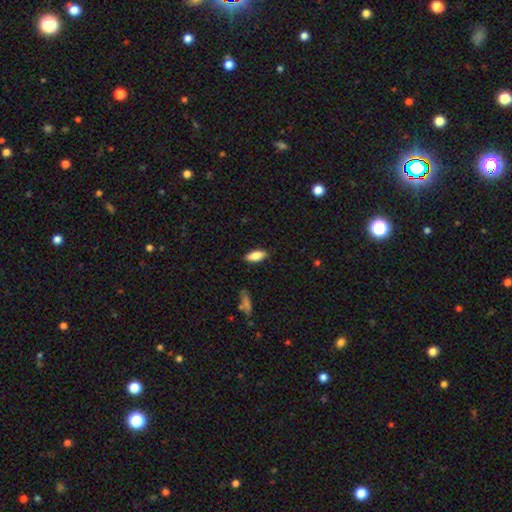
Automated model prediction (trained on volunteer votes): Smooth or featured? smooth (83%)
How rounded? in between (81%)
Merging? none (86%)